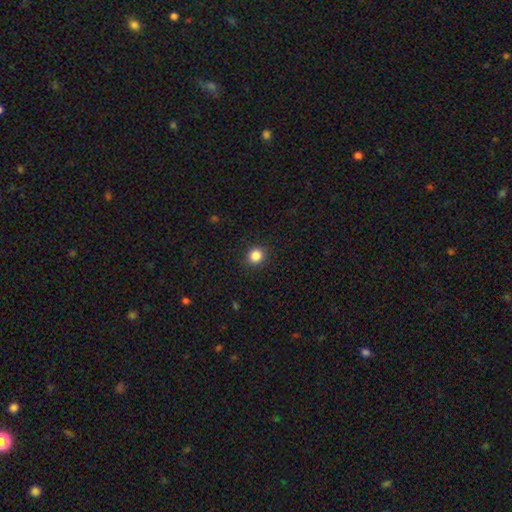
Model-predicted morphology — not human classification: Smooth or featured: smooth — 86% (star or artifact — 11%)
How rounded: round — 85% (in between — 14%)
Merging: none — 91% (minor disturbance — 6%)